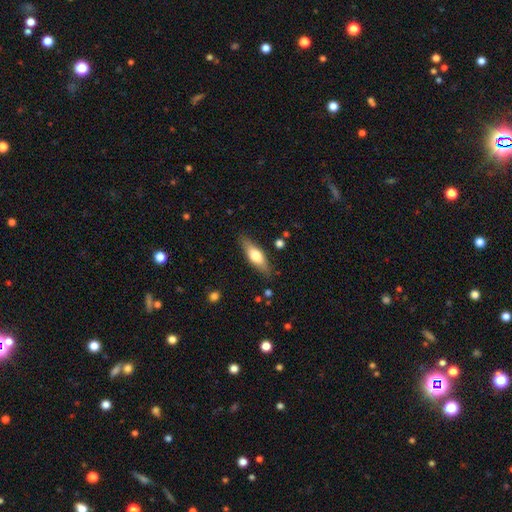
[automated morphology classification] A smooth galaxy with no disk features (57%) that is in between round and cigar-shaped (49%).

Vote fractions:
- Smooth or featured? smooth: 57% / featured or disk: 38% / star or artifact: 6%
- How rounded? in between: 49% / cigar-shaped: 48% / round: 2%
- Merging? none: 85% / minor disturbance: 11% / major disturbance: 2% / merger: 1%